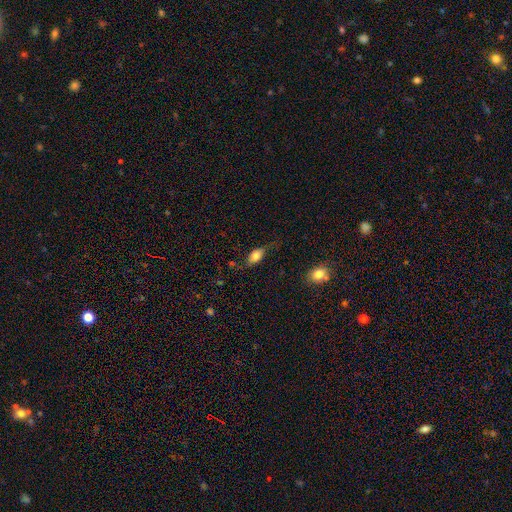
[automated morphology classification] type=smooth (73%); roundness=in between (86%); merging=none (58%).